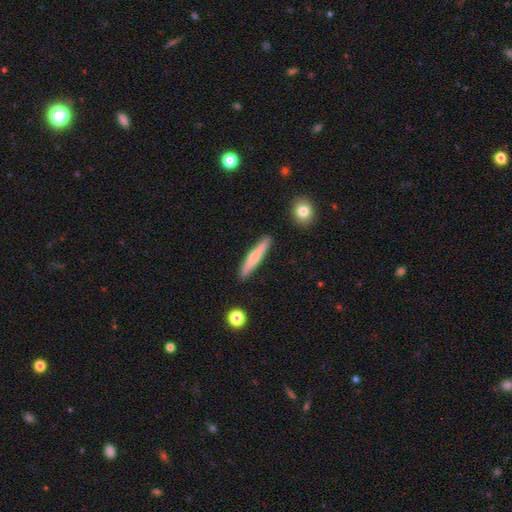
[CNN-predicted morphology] smooth-or-featured: smooth: 61% | featured or disk: 33% | star or artifact: 6%
  how-rounded: cigar-shaped: 92% | in between: 7% | round: 2%
  merging: none: 87% | minor disturbance: 9% | merger: 2% | major disturbance: 2%